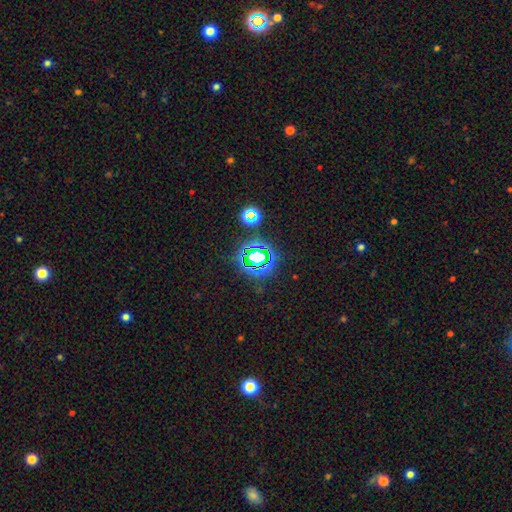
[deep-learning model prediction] Morphology: type=star or artifact (78%).